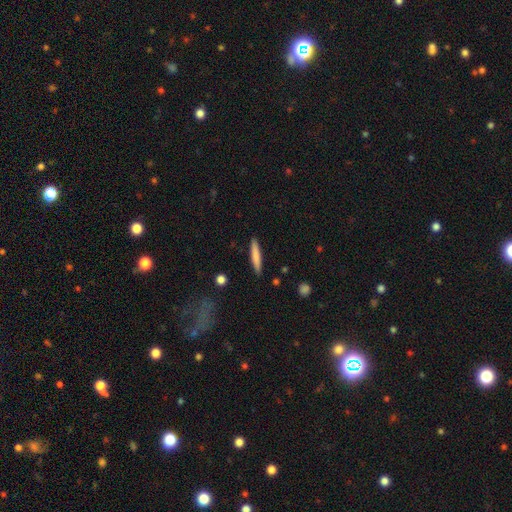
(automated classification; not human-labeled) The model was most divided on "smooth or featured": smooth: 75%, featured or disk: 19%, star or artifact: 6%. More confident: how rounded — cigar-shaped (93%); merging — none (90%).